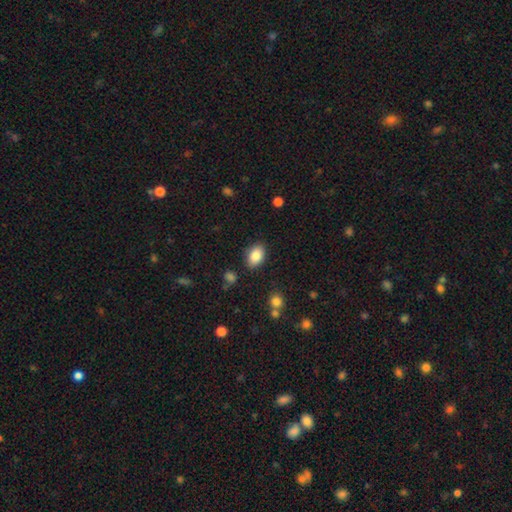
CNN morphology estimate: The model was most divided on "merging": none: 86%, minor disturbance: 10%, major disturbance: 3%, merger: 2%. More confident: how rounded — in between (87%); smooth or featured — smooth (86%).